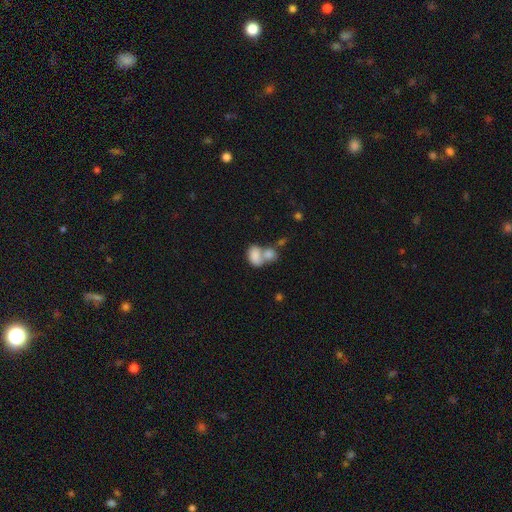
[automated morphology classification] Q: Smooth or featured?
A: smooth (80%); runner-up: featured or disk (12%)
Q: How rounded?
A: in between (83%); runner-up: round (15%)
Q: Merging?
A: merger (67%); runner-up: none (20%)